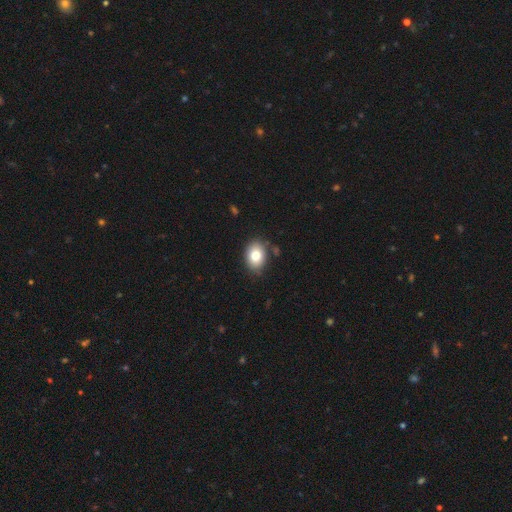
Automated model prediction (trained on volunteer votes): A smooth galaxy with no disk features (79%) that is in between round and cigar-shaped (65%).

Vote fractions:
- Smooth or featured? smooth: 79% / featured or disk: 12% / star or artifact: 9%
- How rounded? in between: 65% / round: 35% / cigar-shaped: 1%
- Merging? none: 82% / minor disturbance: 12% / major disturbance: 3% / merger: 3%